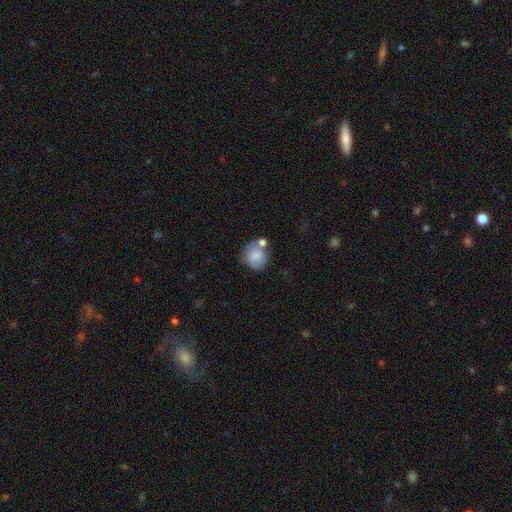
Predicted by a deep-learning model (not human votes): This is likely a smooth galaxy (77%). How rounded: likely round (72%). Merging: possibly none (47%).